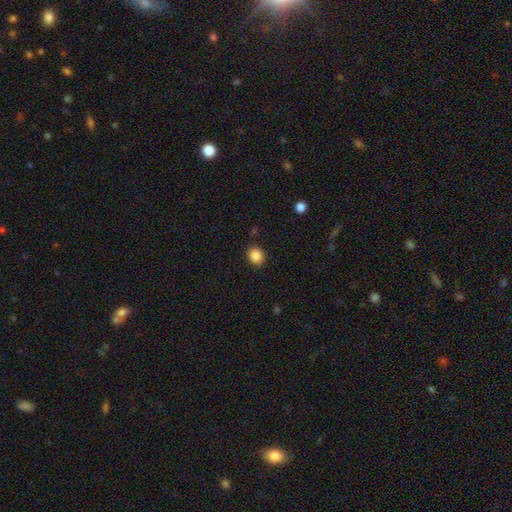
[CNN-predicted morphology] A smooth galaxy with no disk features (86%) that is round (62%).

Vote fractions:
- Smooth or featured? smooth: 86% / star or artifact: 9% / featured or disk: 4%
- How rounded? round: 62% / in between: 37% / cigar-shaped: 1%
- Merging? none: 88% / minor disturbance: 8% / major disturbance: 2% / merger: 2%